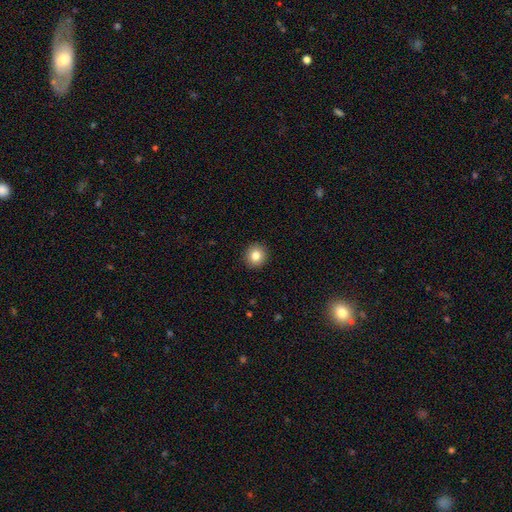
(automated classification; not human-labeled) Smooth or featured? Predicted: smooth (p=0.83). How rounded? Predicted: round (p=0.93). Merging? Predicted: none (p=0.93).